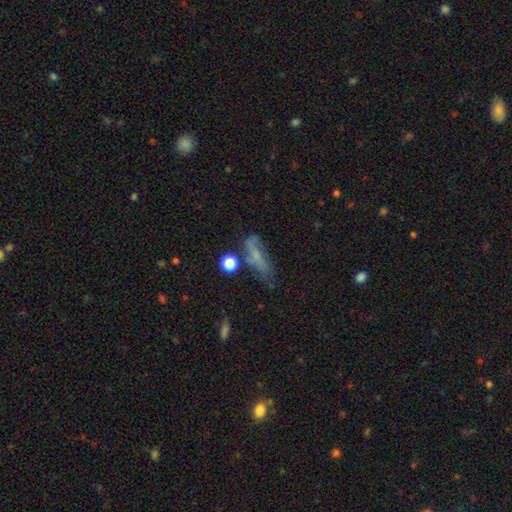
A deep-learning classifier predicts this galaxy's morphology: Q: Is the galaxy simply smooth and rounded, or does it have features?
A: smooth — 57%.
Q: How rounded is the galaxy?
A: cigar-shaped — 47%.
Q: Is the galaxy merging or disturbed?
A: none — 45%.